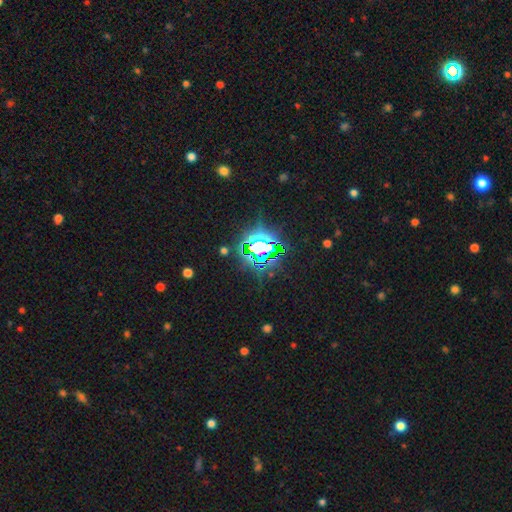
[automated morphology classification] type=star or artifact (80%).